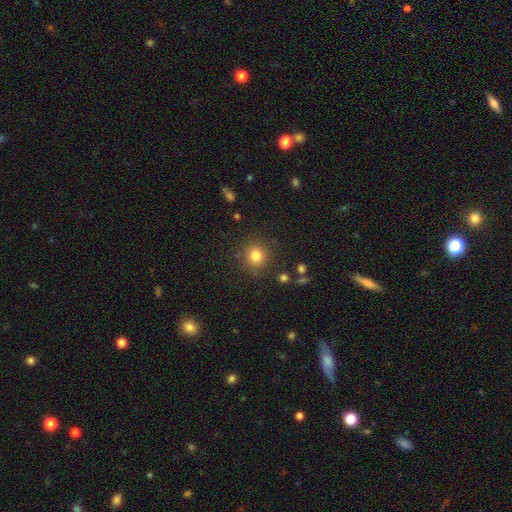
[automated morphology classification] This appears to be a smooth galaxy with no disk features (80%) that is round (88%). Merging: none (87%).